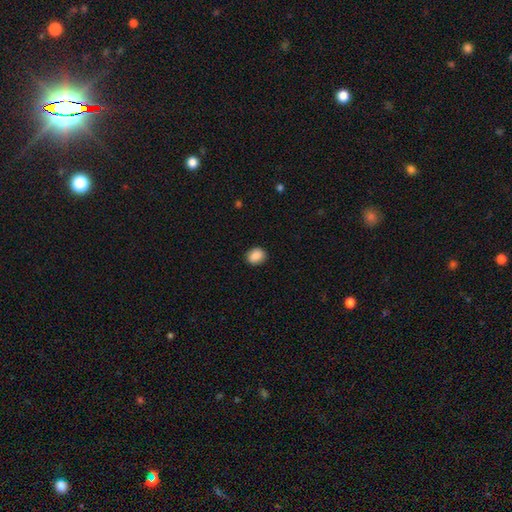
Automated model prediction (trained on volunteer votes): Overall: smooth (88%). How rounded: round (60%; in between 39%). Merging: none (89%).